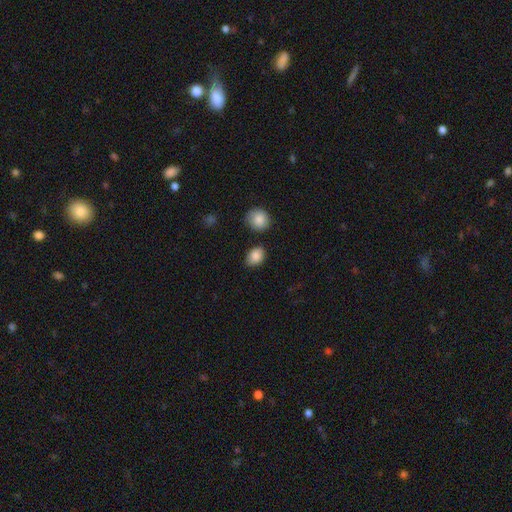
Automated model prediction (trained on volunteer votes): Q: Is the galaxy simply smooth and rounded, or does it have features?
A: smooth — 87%.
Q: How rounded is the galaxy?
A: in between — 73%.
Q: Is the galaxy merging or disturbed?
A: none — 78%.